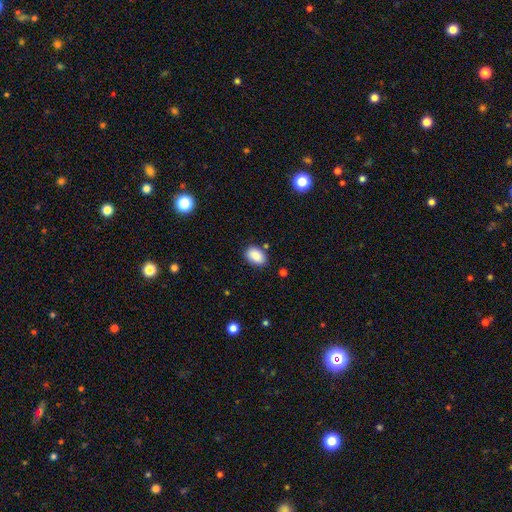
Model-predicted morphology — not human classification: This appears to be a smooth galaxy with no disk features (88%) that is in between round and cigar-shaped (87%). Merging: none (82%).